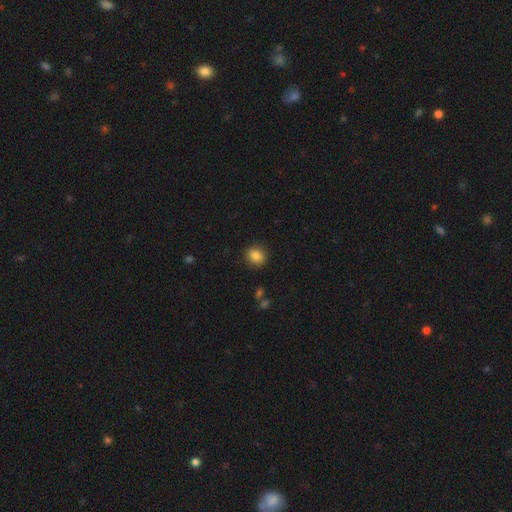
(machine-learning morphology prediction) smooth_or_featured: smooth (p=0.85) [alt: star or artifact p=0.10]
how_rounded: round (p=0.66) [alt: in between p=0.33]
merging: none (p=0.89) [alt: minor disturbance p=0.08]